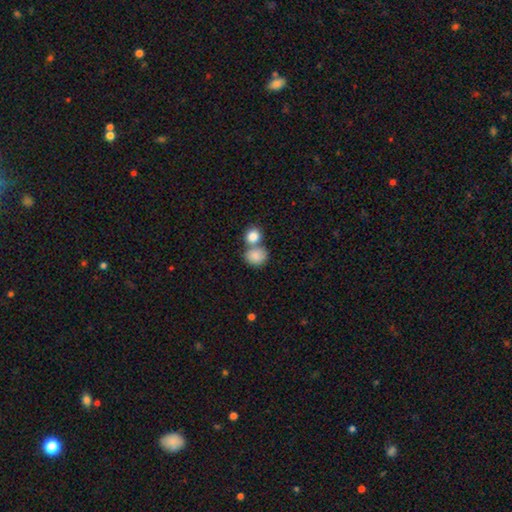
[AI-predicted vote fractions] This is clearly a smooth galaxy (84%). How rounded: likely round (69%). Merging: possibly merger (46%).